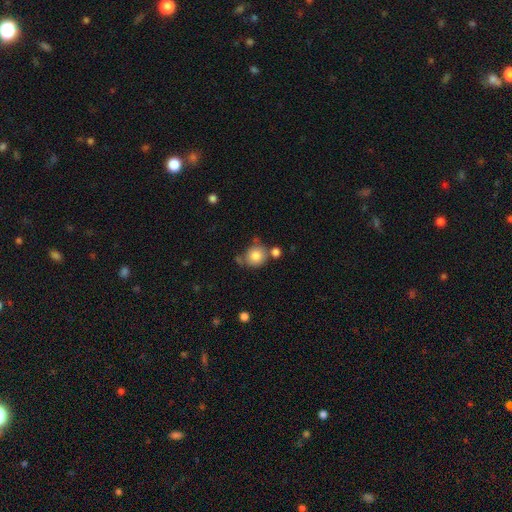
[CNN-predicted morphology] Smooth or featured: smooth — 82% (star or artifact — 9%)
How rounded: round — 86% (in between — 13%)
Merging: none — 60% (merger — 19%)